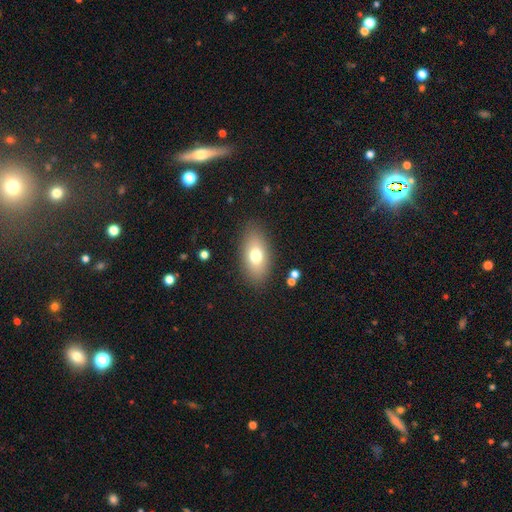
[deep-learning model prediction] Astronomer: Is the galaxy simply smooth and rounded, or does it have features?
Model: smooth — 73%.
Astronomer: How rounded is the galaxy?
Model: in between — 89%.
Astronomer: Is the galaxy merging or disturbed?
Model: none — 85%.